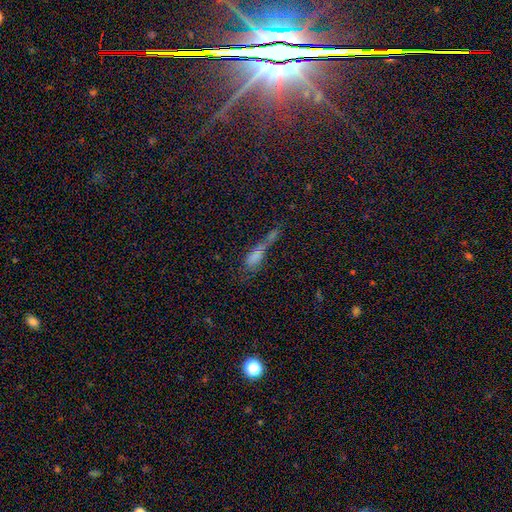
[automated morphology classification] The model was most divided on "how rounded": in between: 53%, cigar-shaped: 37%, round: 10%. Remaining: smooth or featured — smooth (59%); merging — merger (47%).